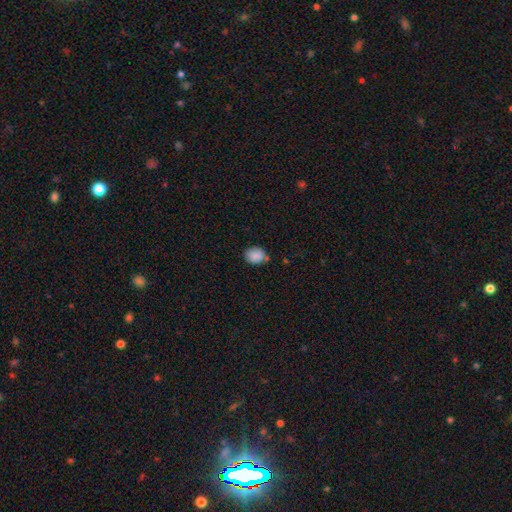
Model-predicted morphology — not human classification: This is clearly a smooth galaxy (88%). How rounded: possibly round (54%). Merging: likely none (72%).